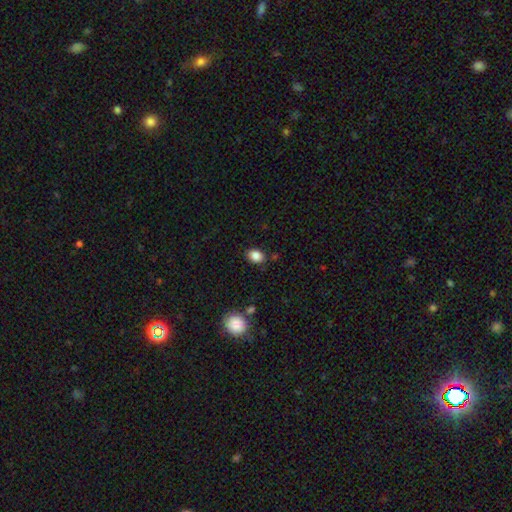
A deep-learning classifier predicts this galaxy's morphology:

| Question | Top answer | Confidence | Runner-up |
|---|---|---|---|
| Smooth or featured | smooth | 86% | star or artifact (10%) |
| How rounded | in between | 66% | round (33%) |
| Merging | none | 82% | minor disturbance (12%) |